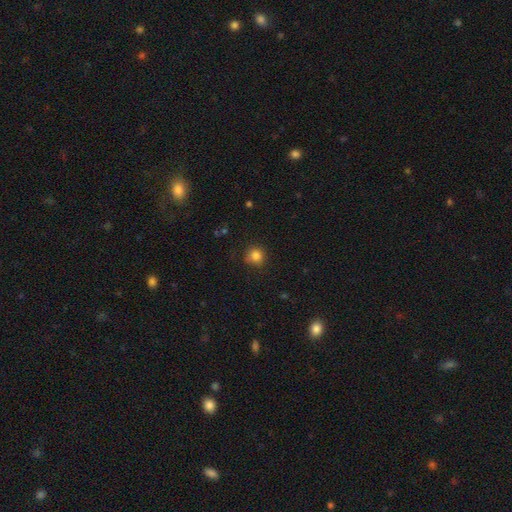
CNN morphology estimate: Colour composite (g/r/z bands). It shows a smooth galaxy with no disk features (84%) that is round (91%). Merging: none (84%).